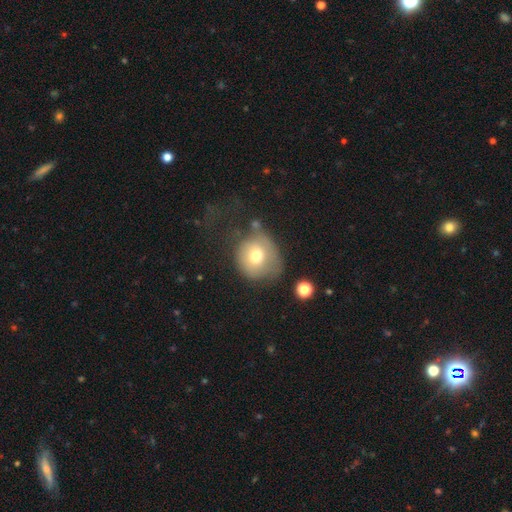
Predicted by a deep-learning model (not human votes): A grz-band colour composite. It shows a smooth galaxy with no disk features (69%) that is round (83%). Merging: none (40%).